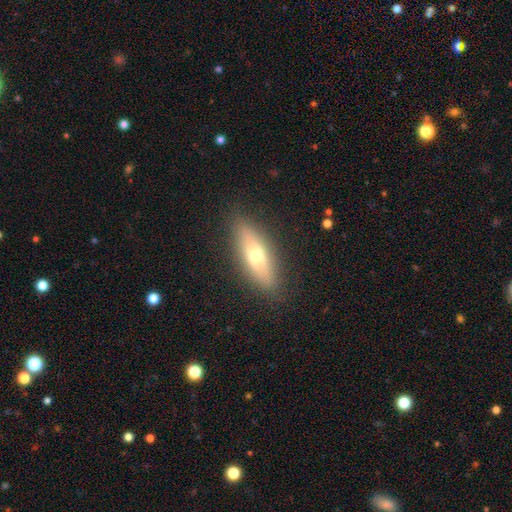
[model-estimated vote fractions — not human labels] Overall: smooth (49%; featured or disk 44%). Merging: none (87%).